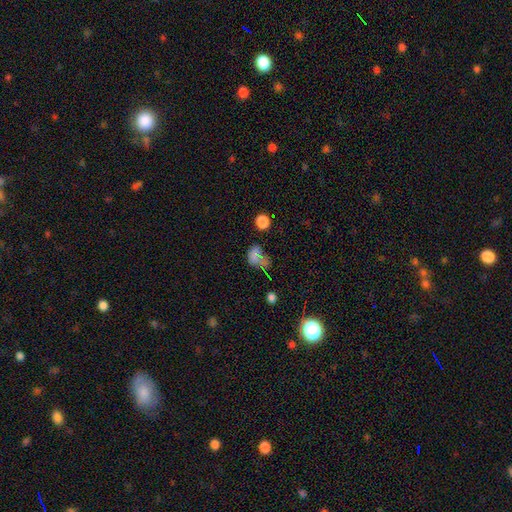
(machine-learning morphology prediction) Q: Smooth or featured?
A: smooth (61%); runner-up: star or artifact (24%)
Q: How rounded?
A: in between (57%); runner-up: round (41%)
Q: Merging?
A: none (39%); runner-up: minor disturbance (23%)